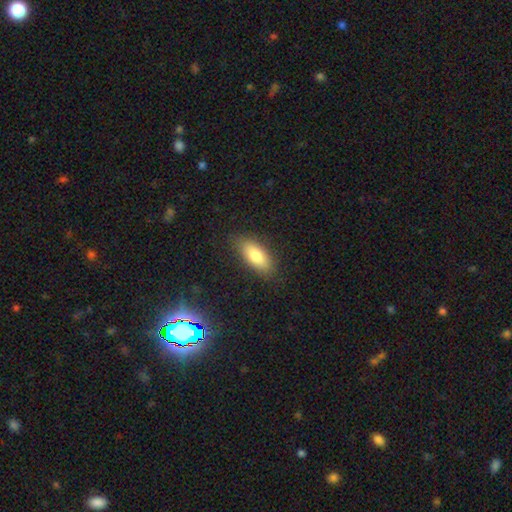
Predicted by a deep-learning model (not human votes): This is likely a smooth galaxy (80%). How rounded: clearly in between (82%). Merging: clearly none (85%).